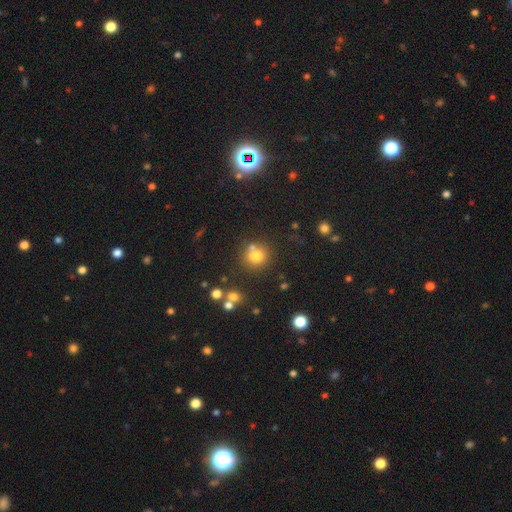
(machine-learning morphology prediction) Smooth or featured? smooth (75%)
How rounded? round (86%)
Merging? none (67%)